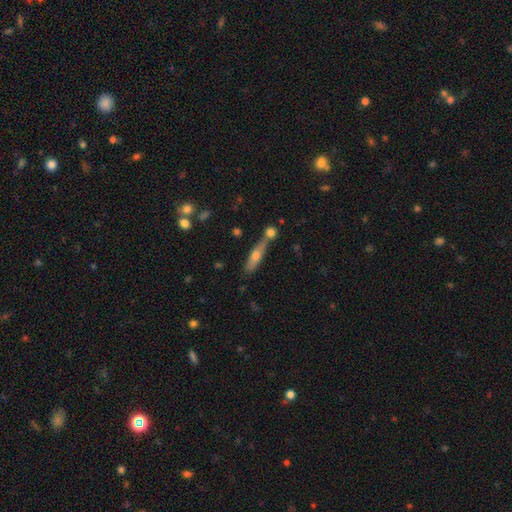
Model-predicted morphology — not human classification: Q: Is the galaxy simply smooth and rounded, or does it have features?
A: smooth — 47%.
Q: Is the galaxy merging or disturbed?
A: none — 60%.